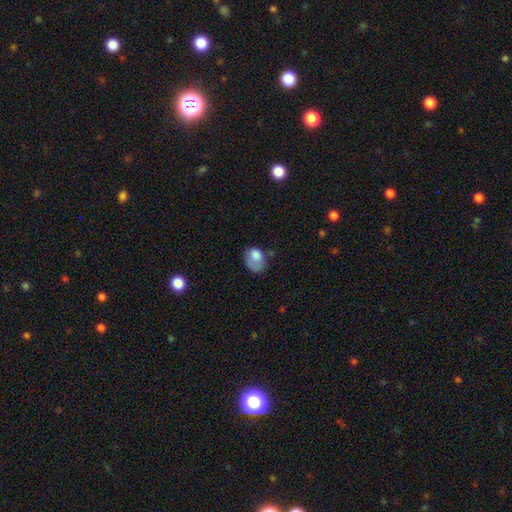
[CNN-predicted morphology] Overall: smooth (75%). How rounded: in between (69%; round 30%). Merging: minor disturbance (32%; major disturbance 31%).